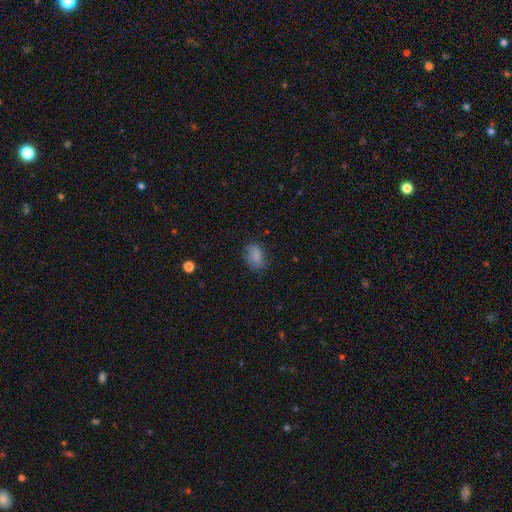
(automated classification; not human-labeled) Smooth or featured?
  - smooth: 83% *
  - star or artifact: 9%
  - featured or disk: 8%
How rounded?
  - in between: 79% *
  - round: 19%
  - cigar-shaped: 2%
Merging?
  - none: 72% *
  - minor disturbance: 21%
  - major disturbance: 6%
  - merger: 1%